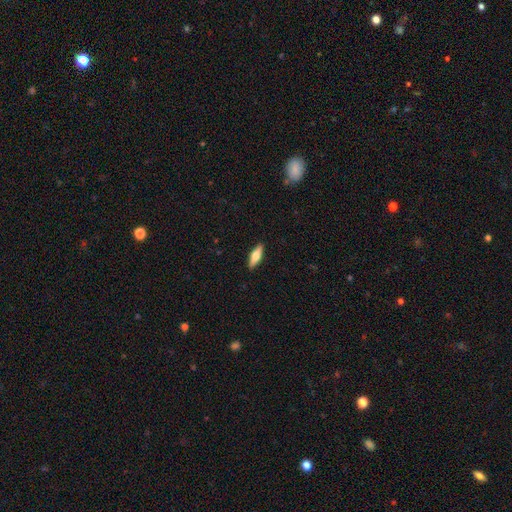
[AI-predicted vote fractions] A smooth galaxy with no disk features (52%) that is cigar-shaped (51%). Merging: none (90%).